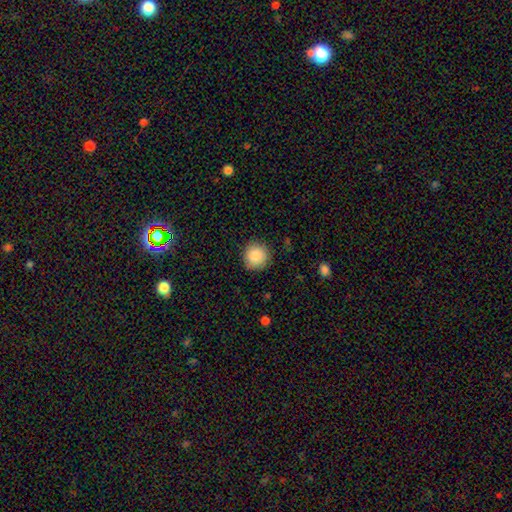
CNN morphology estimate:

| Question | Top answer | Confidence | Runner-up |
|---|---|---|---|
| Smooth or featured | smooth | 88% | star or artifact (8%) |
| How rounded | round | 95% | in between (5%) |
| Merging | none | 89% | minor disturbance (8%) |